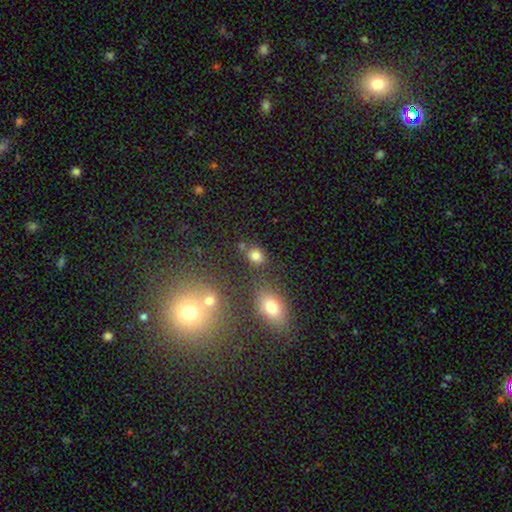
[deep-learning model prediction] Smooth or featured?
  - smooth: 80% *
  - star or artifact: 14%
  - featured or disk: 6%
How rounded?
  - round: 62% *
  - in between: 37%
  - cigar-shaped: 1%
Merging?
  - none: 73% *
  - minor disturbance: 12%
  - merger: 11%
  - major disturbance: 4%